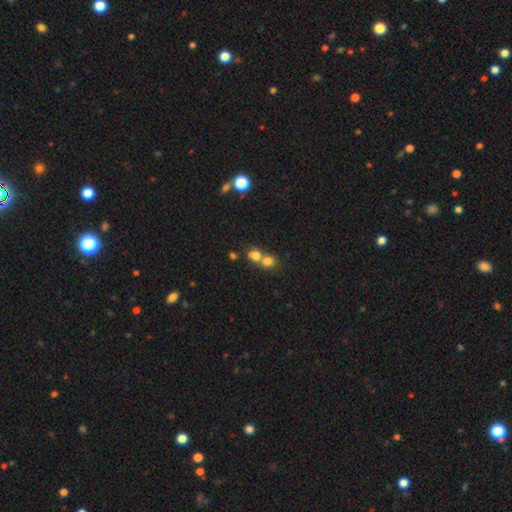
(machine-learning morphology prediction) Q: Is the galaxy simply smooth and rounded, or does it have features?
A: smooth — 75%.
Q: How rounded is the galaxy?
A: round — 72%.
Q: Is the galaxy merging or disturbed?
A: merger — 62%.